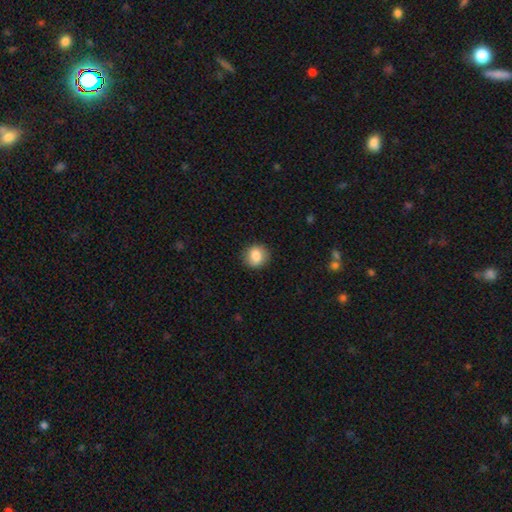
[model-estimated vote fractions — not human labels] Morphology: type=smooth (81%); roundness=round (83%); merging=none (86%).